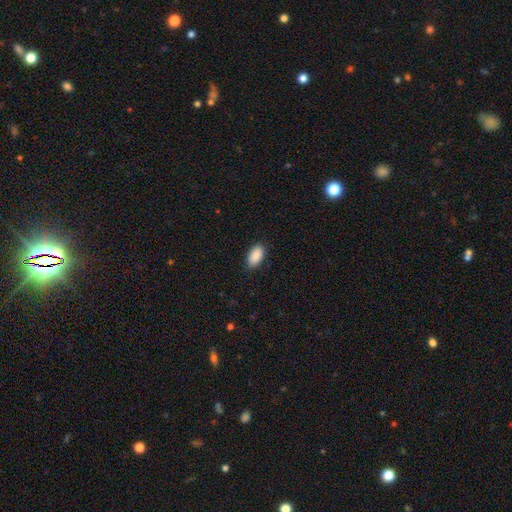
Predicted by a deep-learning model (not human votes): smooth-or-featured: smooth: 90% | star or artifact: 6% | featured or disk: 3%
  how-rounded: in between: 95% | round: 3% | cigar-shaped: 2%
  merging: none: 87% | minor disturbance: 10% | major disturbance: 2% | merger: 1%